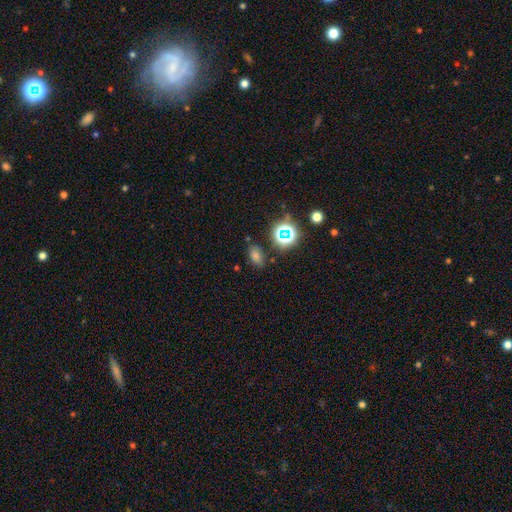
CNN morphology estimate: Smooth or featured: smooth — 52% (star or artifact — 37%)
How rounded: in between — 74% (round — 23%)
Merging: none — 80% (minor disturbance — 12%)